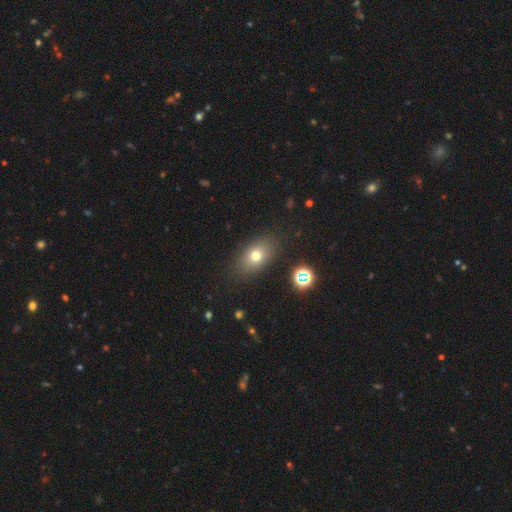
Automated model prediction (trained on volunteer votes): Smooth or featured: smooth — 70% (featured or disk — 15%)
How rounded: in between — 78% (round — 19%)
Merging: none — 84% (minor disturbance — 10%)